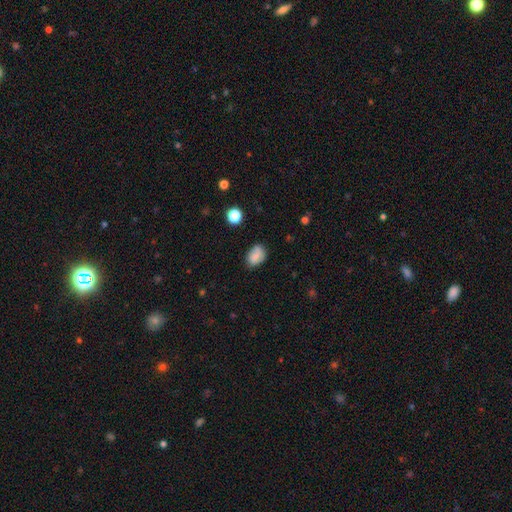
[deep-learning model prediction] The model was most divided on "merging": none: 65%, minor disturbance: 24%, major disturbance: 6%, merger: 5%. More confident: smooth or featured — smooth (79%); how rounded — in between (77%).